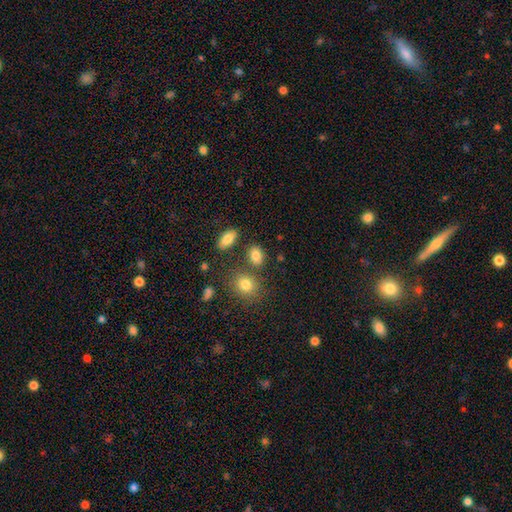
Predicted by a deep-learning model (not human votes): Smooth or featured? smooth (82%)
How rounded? in between (71%)
Merging? none (72%)